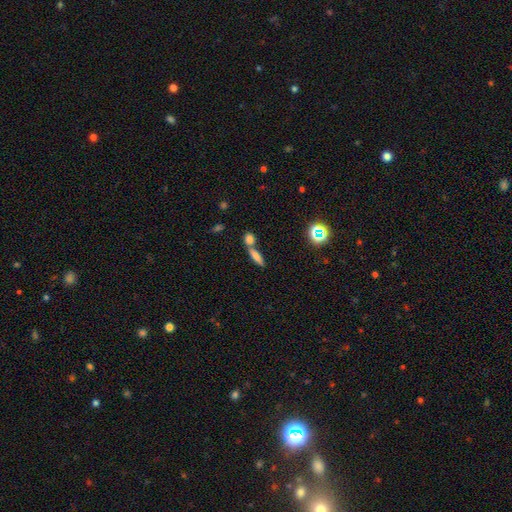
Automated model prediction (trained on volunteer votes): This appears to be a smooth galaxy with no disk features (69%) that is cigar-shaped (58%). Merging: none (47%).